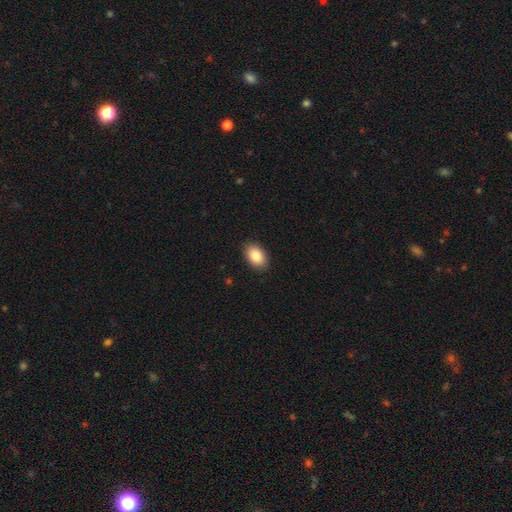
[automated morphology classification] A smooth galaxy with no disk features (87%) that is in between round and cigar-shaped (88%). Merging: none (89%).